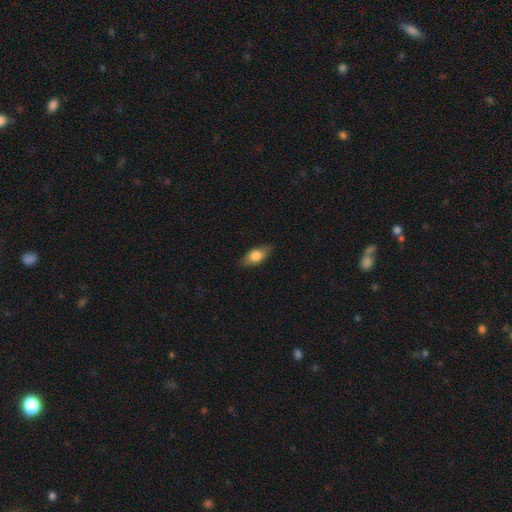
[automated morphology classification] Overall: smooth (74%). How rounded: in between (86%). Merging: none (82%).